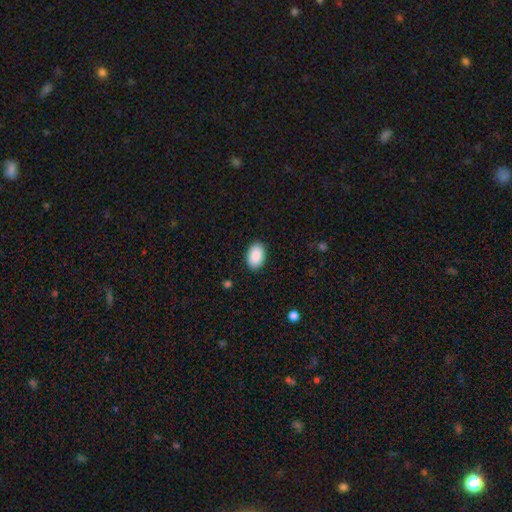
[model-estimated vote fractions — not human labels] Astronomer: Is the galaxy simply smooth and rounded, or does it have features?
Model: smooth — 90%.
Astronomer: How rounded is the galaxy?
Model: in between — 91%.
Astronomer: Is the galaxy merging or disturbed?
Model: none — 89%.